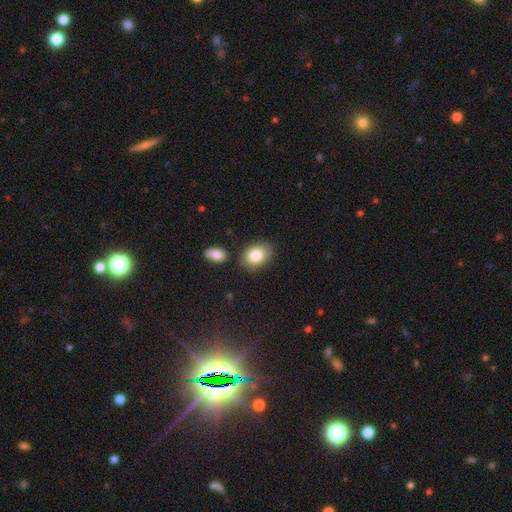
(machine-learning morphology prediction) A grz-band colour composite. It shows a smooth galaxy with no disk features (83%) that is in between round and cigar-shaped (77%). Merging: none (77%).